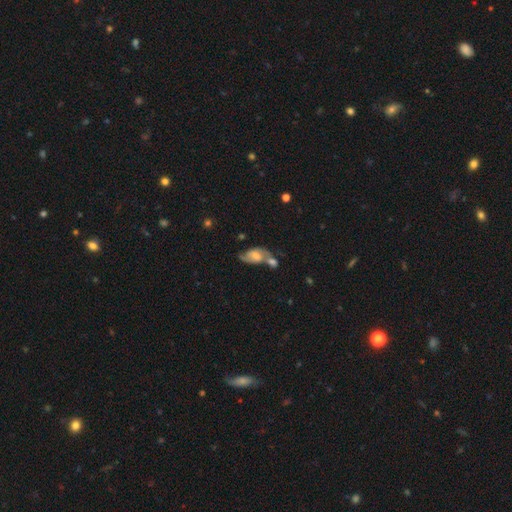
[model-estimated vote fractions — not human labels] Q: Smooth or featured?
A: featured or disk (68%); runner-up: smooth (24%)
Q: Edge-on disk?
A: no (95%); runner-up: yes (5%)
Q: Bar?
A: no (49%); runner-up: weak (40%)
Q: Spiral arms?
A: yes (89%); runner-up: no (11%)
Q: Spiral winding?
A: medium (44%); runner-up: loose (37%)
Q: Spiral arm count?
A: 2 (84%); runner-up: can't tell (7%)
Q: Bulge size?
A: moderate (39%); runner-up: small (34%)
Q: Merging?
A: merger (43%); runner-up: none (31%)